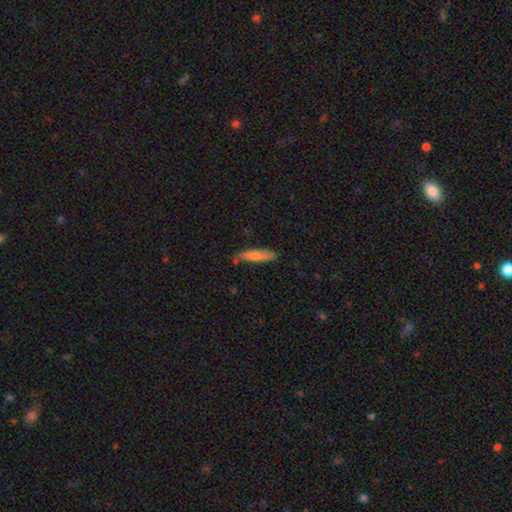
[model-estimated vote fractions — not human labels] Smooth or featured? Predicted: smooth (p=0.80). How rounded? Predicted: cigar-shaped (p=0.81). Merging? Predicted: none (p=0.74).